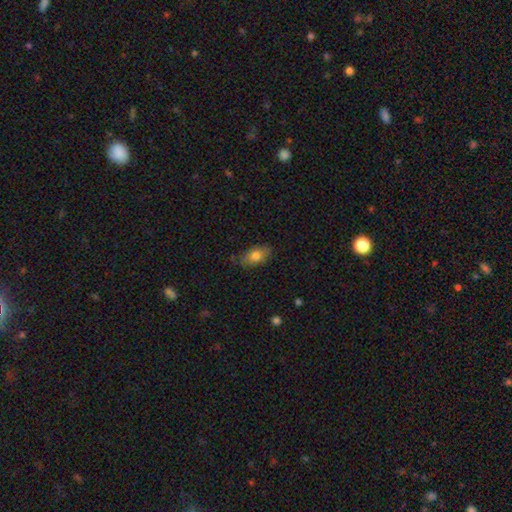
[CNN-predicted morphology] A smooth galaxy with no disk features (77%) that is in between round and cigar-shaped (88%). Merging: none (74%).